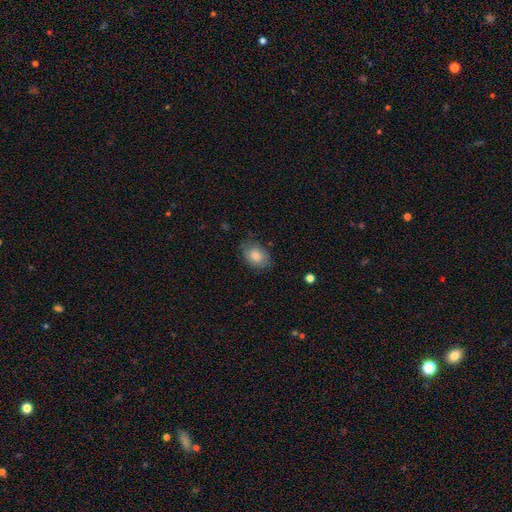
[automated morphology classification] Smooth or featured? smooth (81%)
How rounded? in between (73%)
Merging? none (73%)